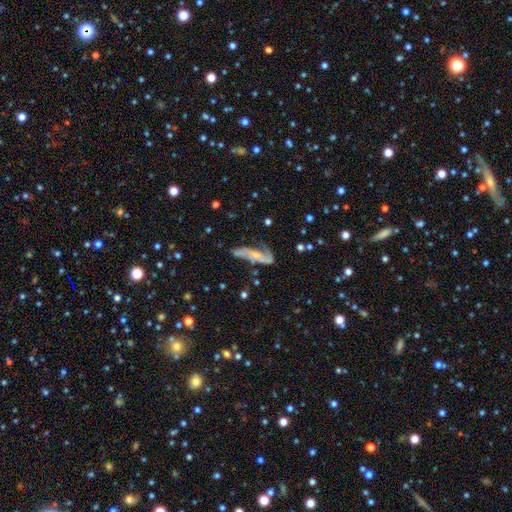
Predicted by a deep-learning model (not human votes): smooth-or-featured: featured or disk: 67% | smooth: 25% | star or artifact: 8%
  disk-edge-on: no: 83% | yes: 17%
    bar: no: 63% | weak: 26% | strong: 11%
    has-spiral-arms: yes: 85% | no: 15%
    bulge-size: small: 66% | moderate: 21% | none: 10% | large: 2% | dominant: 1%
  merging: none: 46% | minor disturbance: 27% | major disturbance: 22% | merger: 5%